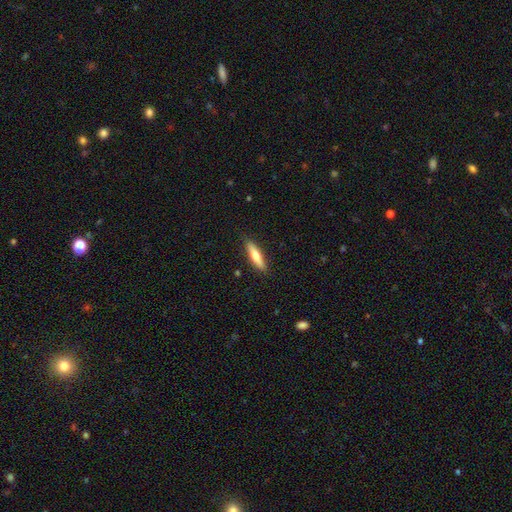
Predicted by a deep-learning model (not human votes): Overall: smooth (56%; featured or disk 38%). How rounded: cigar-shaped (75%). Merging: none (87%).